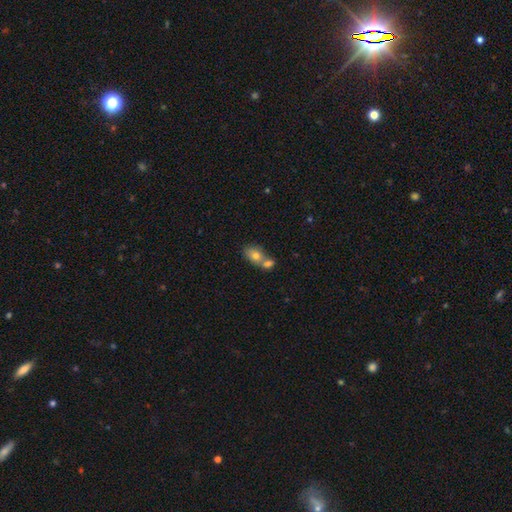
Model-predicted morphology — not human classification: type=smooth (74%); roundness=in between (77%); merging=merger (58%).